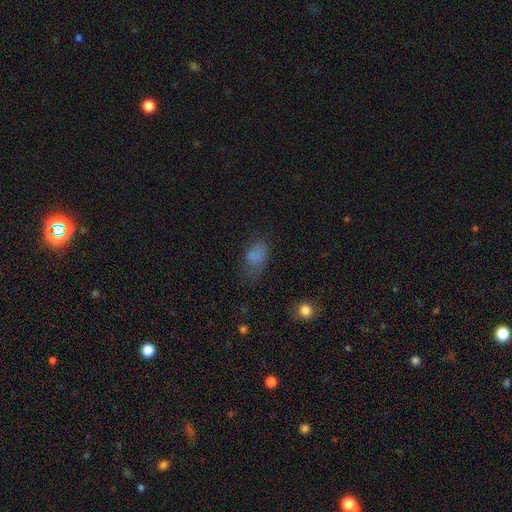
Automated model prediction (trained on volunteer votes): This is likely a smooth galaxy (76%). How rounded: clearly in between (87%). Merging: marginally none (44%).